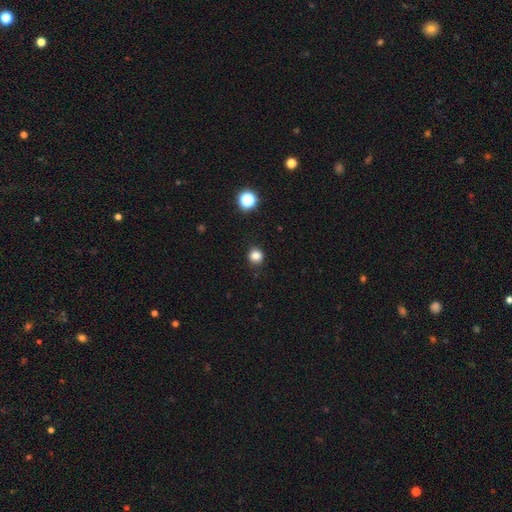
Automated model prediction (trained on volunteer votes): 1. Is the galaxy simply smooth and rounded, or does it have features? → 83% smooth, 13% star or artifact, 3% featured or disk.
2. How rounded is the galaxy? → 91% round, 8% in between, 1% cigar-shaped.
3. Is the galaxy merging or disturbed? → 89% none, 8% minor disturbance, 2% major disturbance, 1% merger.